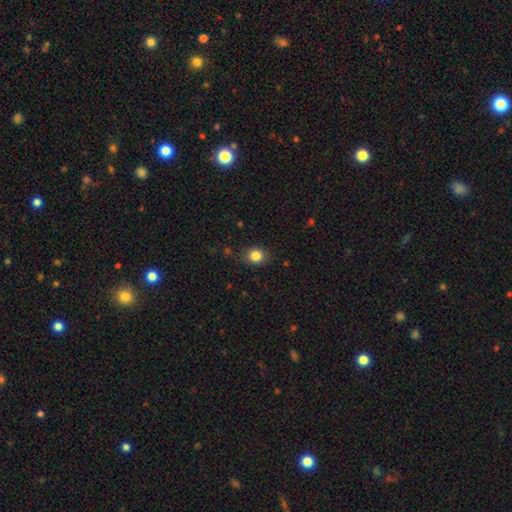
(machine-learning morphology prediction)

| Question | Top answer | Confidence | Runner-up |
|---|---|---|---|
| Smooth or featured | smooth | 84% | star or artifact (10%) |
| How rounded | round | 67% | in between (32%) |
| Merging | none | 81% | minor disturbance (14%) |